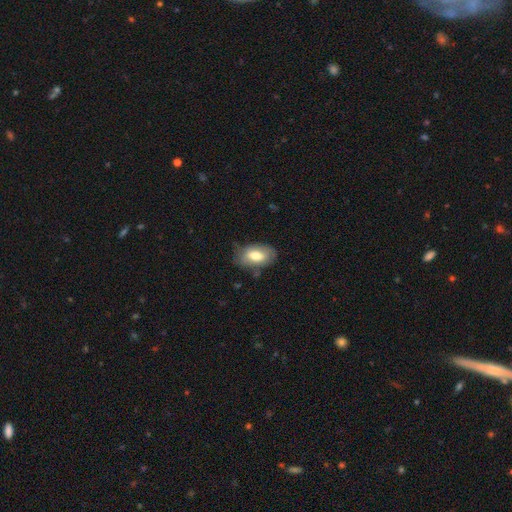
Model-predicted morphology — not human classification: Smooth or featured?
  - smooth: 70% *
  - featured or disk: 24%
  - star or artifact: 7%
How rounded?
  - in between: 91% *
  - round: 6%
  - cigar-shaped: 3%
Merging?
  - none: 62% *
  - minor disturbance: 28%
  - major disturbance: 8%
  - merger: 2%